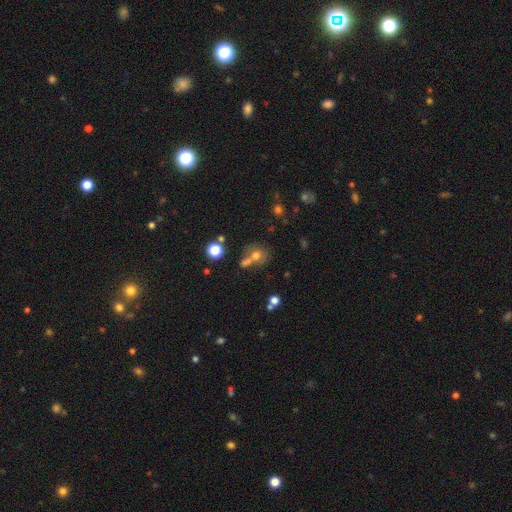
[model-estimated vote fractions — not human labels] Smooth or featured?
  - smooth: 67% *
  - star or artifact: 18%
  - featured or disk: 15%
How rounded?
  - round: 73% *
  - in between: 26%
  - cigar-shaped: 1%
Merging?
  - none: 44% *
  - merger: 38%
  - minor disturbance: 11%
  - major disturbance: 6%